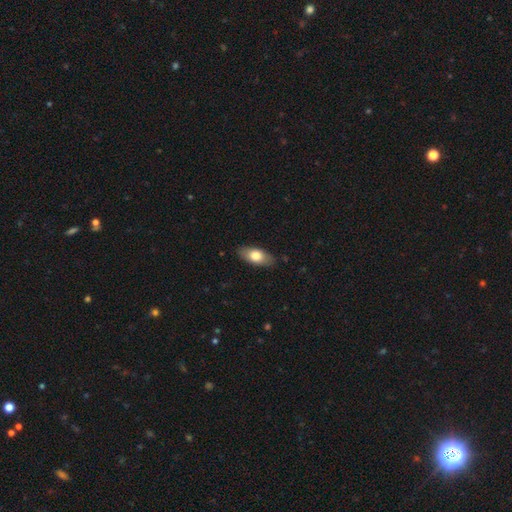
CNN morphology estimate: smooth_or_featured: smooth (p=0.74) [alt: featured or disk p=0.20]
how_rounded: in between (p=0.86) [alt: cigar-shaped p=0.10]
merging: none (p=0.85) [alt: minor disturbance p=0.11]